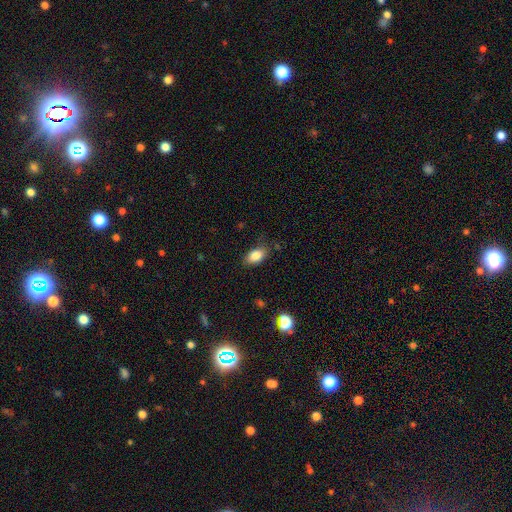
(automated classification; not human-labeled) Q: Smooth or featured?
A: smooth (85%); runner-up: star or artifact (8%)
Q: How rounded?
A: in between (90%); runner-up: round (7%)
Q: Merging?
A: none (80%); runner-up: minor disturbance (15%)